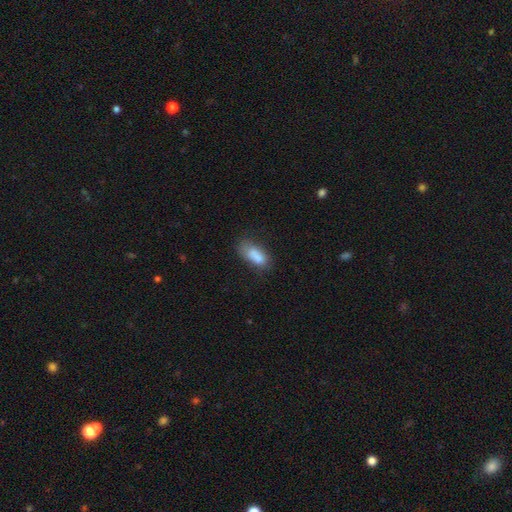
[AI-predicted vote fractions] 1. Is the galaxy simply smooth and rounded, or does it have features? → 79% smooth, 12% featured or disk, 9% star or artifact.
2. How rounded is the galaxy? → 83% in between, 14% cigar-shaped, 4% round.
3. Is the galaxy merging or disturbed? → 44% none, 29% minor disturbance, 15% major disturbance, 11% merger.